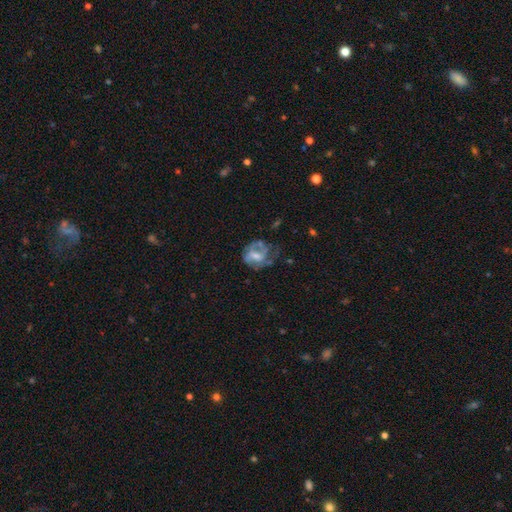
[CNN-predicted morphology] The model was most divided on "bar": no: 44%, weak: 43%, strong: 13%. Remaining: edge-on disk — no (97%); spiral arms — yes (69%); smooth or featured — featured or disk (67%); bulge size — moderate (47%); merging — none (43%).